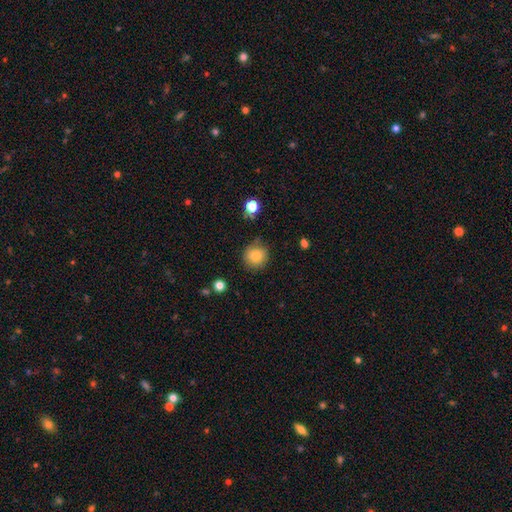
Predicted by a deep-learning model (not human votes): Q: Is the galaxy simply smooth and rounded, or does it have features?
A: smooth — 82%.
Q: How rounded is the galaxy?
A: round — 91%.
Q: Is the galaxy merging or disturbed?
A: none — 77%.